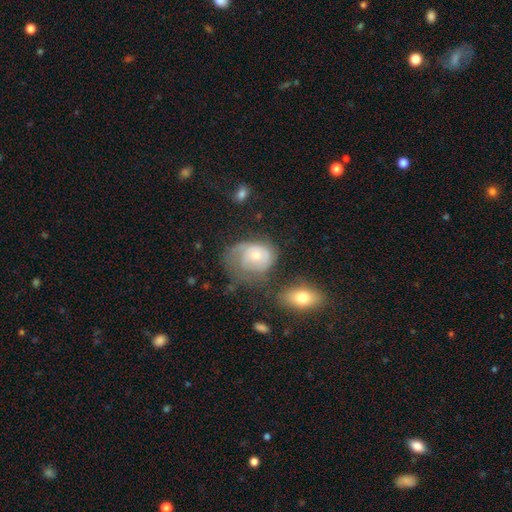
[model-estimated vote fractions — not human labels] Smooth or featured: featured or disk — 56% (smooth — 36%)
Edge-on disk: no — 97% (yes — 3%)
Bar: no — 80% (weak — 17%)
Spiral arms: yes — 72% (no — 28%)
Bulge size: moderate — 51% (small — 43%)
Merging: none — 33% (tied with major disturbance — 33%)